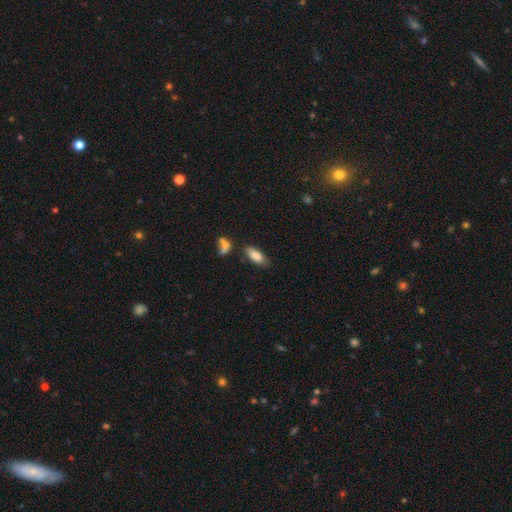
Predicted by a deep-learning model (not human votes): Smooth or featured? smooth (84%)
How rounded? in between (82%)
Merging? none (72%)